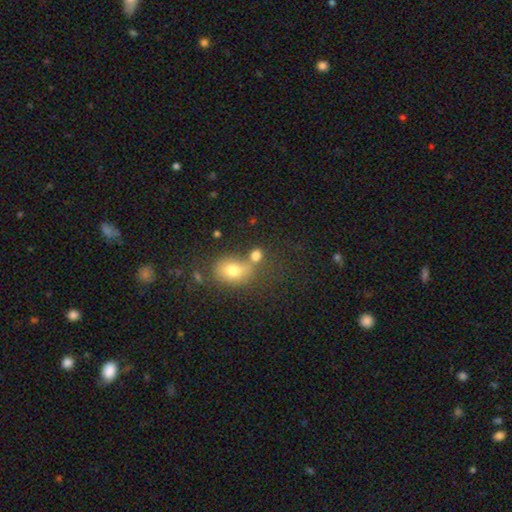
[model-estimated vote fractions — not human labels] This is likely a smooth galaxy (76%). How rounded: possibly round (58%). Merging: possibly none (47%).